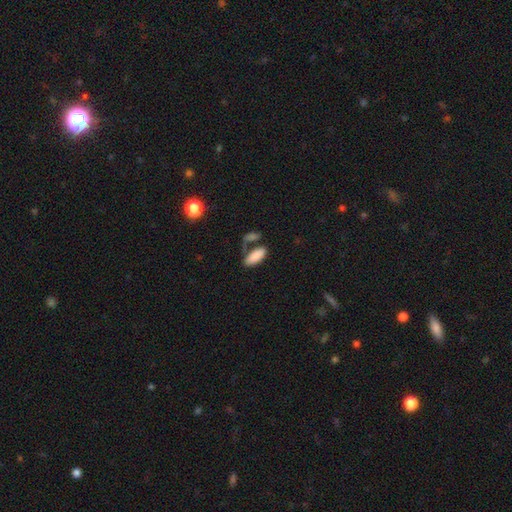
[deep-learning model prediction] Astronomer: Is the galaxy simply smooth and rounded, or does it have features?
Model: smooth — 85%.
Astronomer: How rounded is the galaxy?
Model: in between — 85%.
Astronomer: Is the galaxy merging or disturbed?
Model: none — 44% (runner-up: merger, 33%).